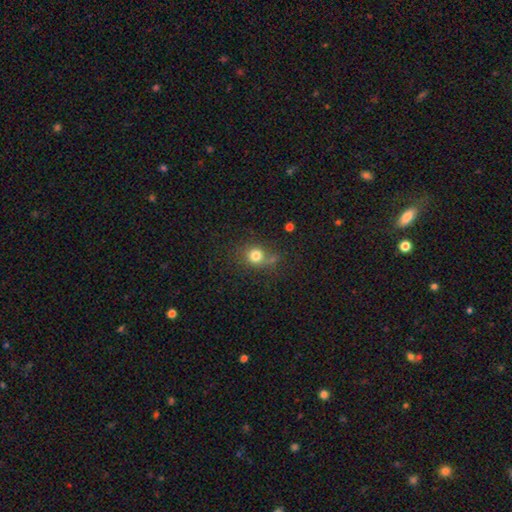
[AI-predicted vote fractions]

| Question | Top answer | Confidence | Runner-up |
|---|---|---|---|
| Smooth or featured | smooth | 78% | star or artifact (13%) |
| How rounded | round | 79% | in between (20%) |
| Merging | none | 62% | minor disturbance (20%) |